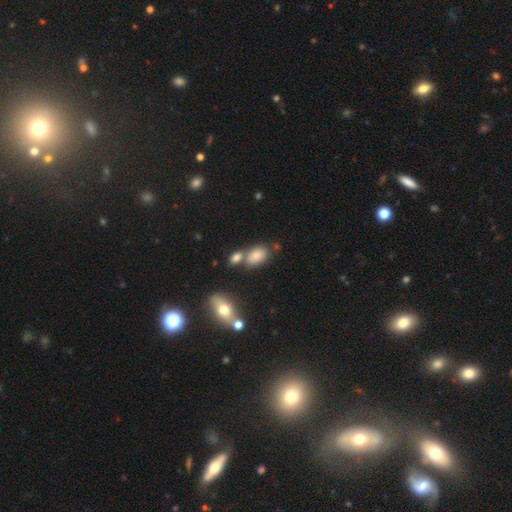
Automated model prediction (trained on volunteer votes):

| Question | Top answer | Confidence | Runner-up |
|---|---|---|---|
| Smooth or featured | smooth | 80% | featured or disk (11%) |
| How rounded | in between | 90% | round (8%) |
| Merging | none | 53% | merger (29%) |